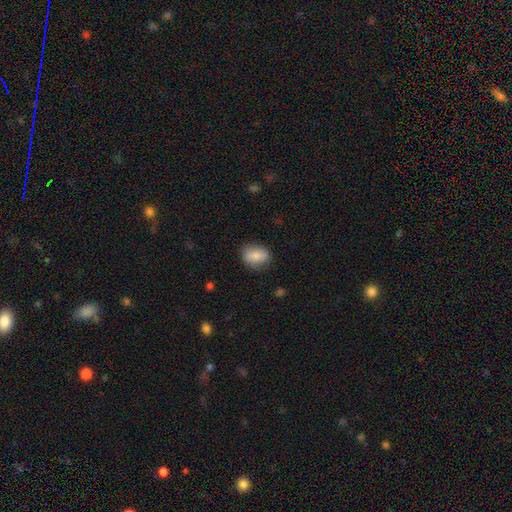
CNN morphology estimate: Q: Smooth or featured?
A: smooth (78%); runner-up: featured or disk (14%)
Q: How rounded?
A: in between (67%); runner-up: round (31%)
Q: Merging?
A: none (80%); runner-up: minor disturbance (16%)